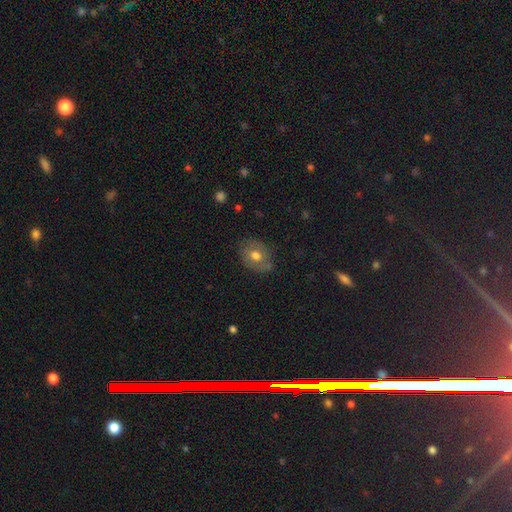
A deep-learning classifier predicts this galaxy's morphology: This appears to be a smooth galaxy with no disk features (63%) that is in between round and cigar-shaped (56%). Merging: none (74%).